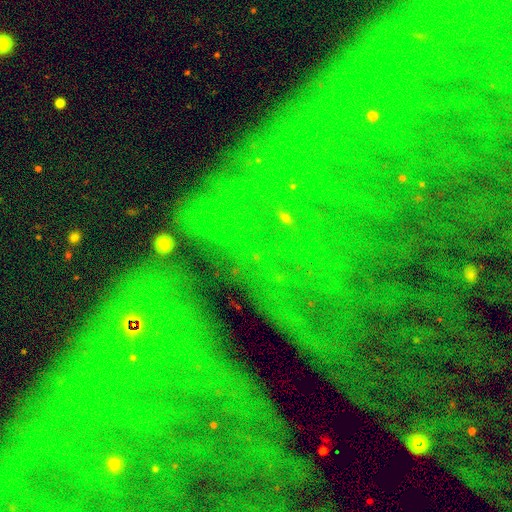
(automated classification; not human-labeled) A star or artifact, not a galaxy (84%).

Vote fractions:
- Smooth or featured? star or artifact: 84% / featured or disk: 9% / smooth: 8%